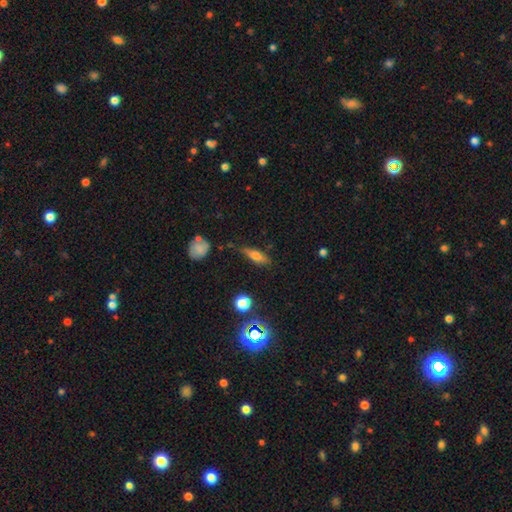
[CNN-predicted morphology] This appears to be a smooth galaxy with no disk features (60%) that is cigar-shaped (51%). Merging: none (70%).